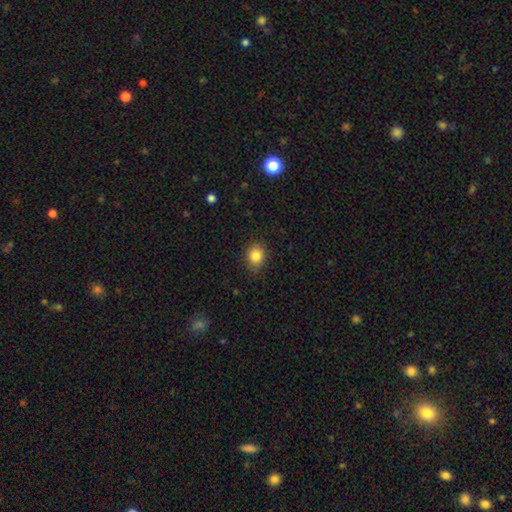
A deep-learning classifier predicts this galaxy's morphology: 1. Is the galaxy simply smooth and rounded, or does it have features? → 84% smooth, 10% star or artifact, 6% featured or disk.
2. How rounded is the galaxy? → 64% round, 35% in between, 1% cigar-shaped.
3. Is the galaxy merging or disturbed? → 84% none, 13% minor disturbance, 3% major disturbance, 1% merger.